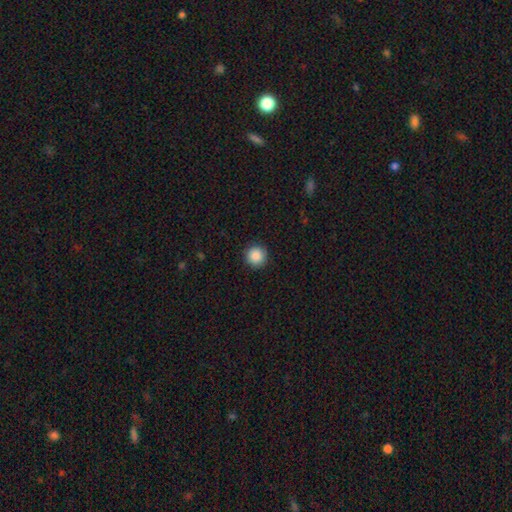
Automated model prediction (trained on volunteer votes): Smooth or featured? smooth (88%)
How rounded? round (96%)
Merging? none (92%)